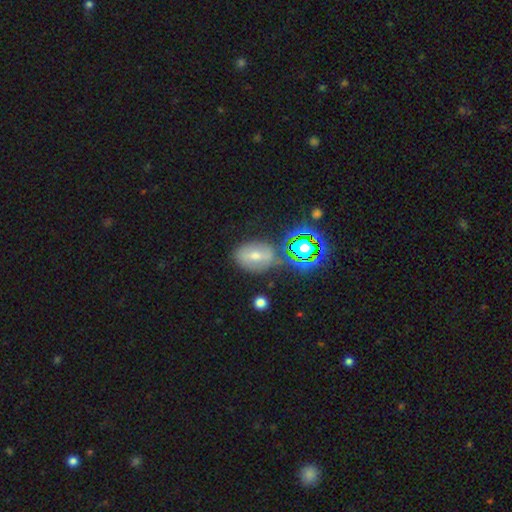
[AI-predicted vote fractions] A featured or disk galaxy (36%). Merging: none (66%).